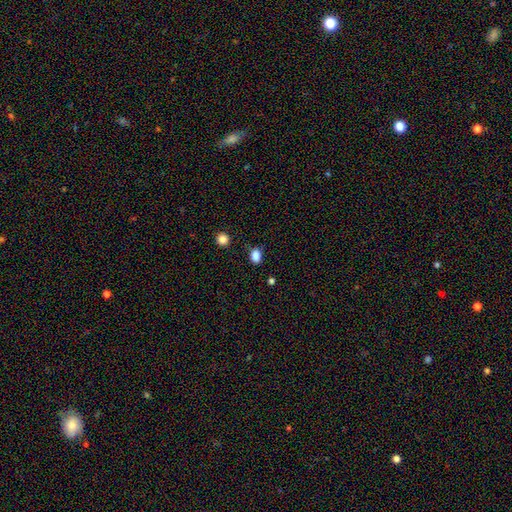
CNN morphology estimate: Overall: smooth (85%). How rounded: in between (66%; round 33%). Merging: none (78%).